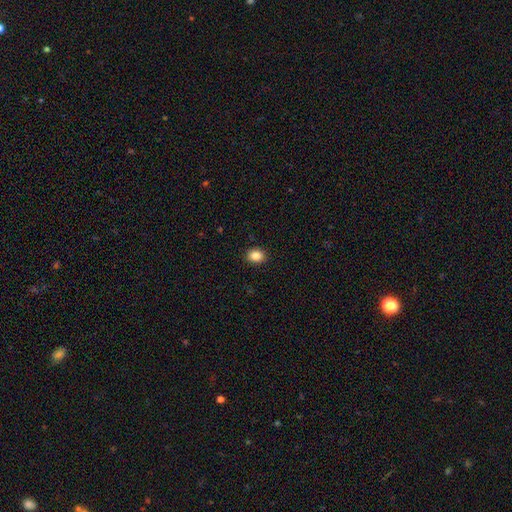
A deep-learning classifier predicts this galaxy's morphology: Q: Smooth or featured?
A: smooth (86%); runner-up: star or artifact (10%)
Q: How rounded?
A: in between (52%); runner-up: round (47%)
Q: Merging?
A: none (91%); runner-up: minor disturbance (7%)